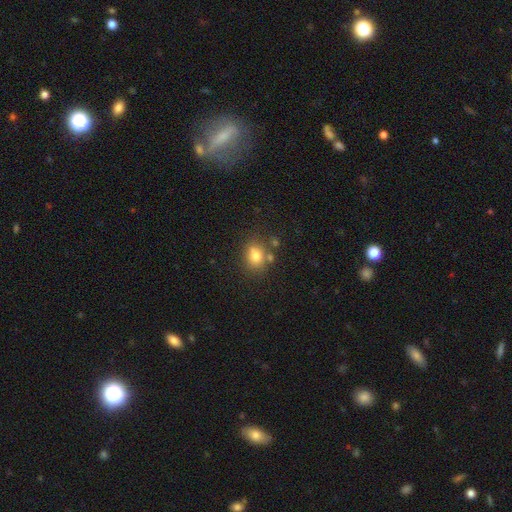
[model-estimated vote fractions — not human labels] smooth_or_featured: smooth (p=0.77) [alt: star or artifact p=0.12]
how_rounded: round (p=0.50) [alt: in between p=0.48]
merging: none (p=0.64) [alt: minor disturbance p=0.16]